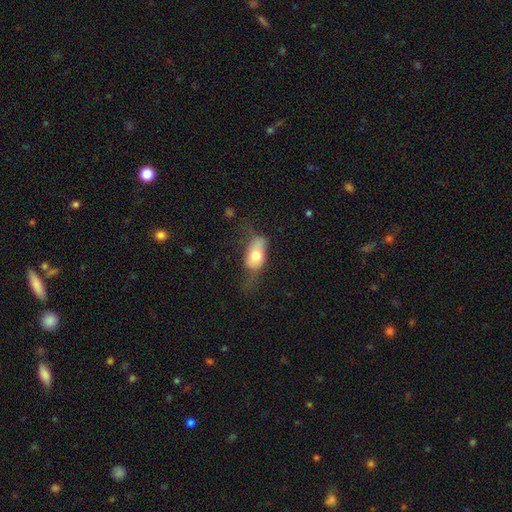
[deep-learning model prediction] Overall: smooth (68%). How rounded: in between (85%). Merging: none (34%; minor disturbance 32%).